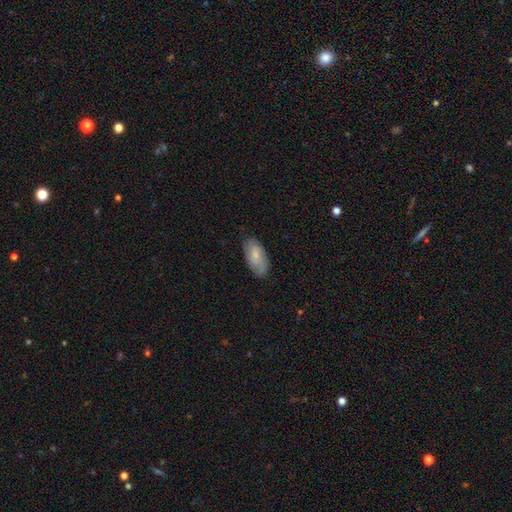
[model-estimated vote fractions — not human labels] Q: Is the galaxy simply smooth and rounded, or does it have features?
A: smooth — 70%.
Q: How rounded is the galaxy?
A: in between — 92%.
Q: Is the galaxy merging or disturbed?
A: none — 76%.